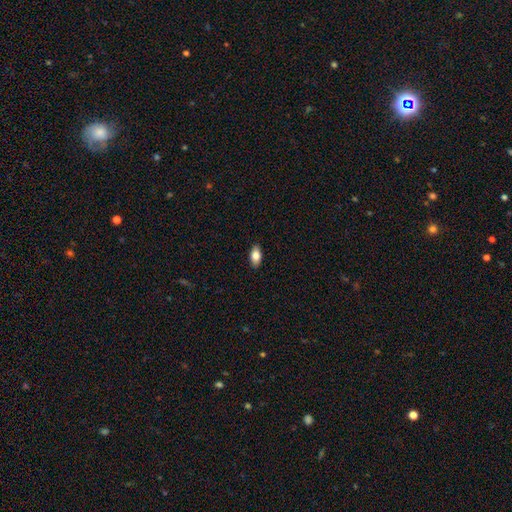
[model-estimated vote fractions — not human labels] A smooth galaxy with no disk features (81%) that is in between round and cigar-shaped (91%). Merging: none (89%).